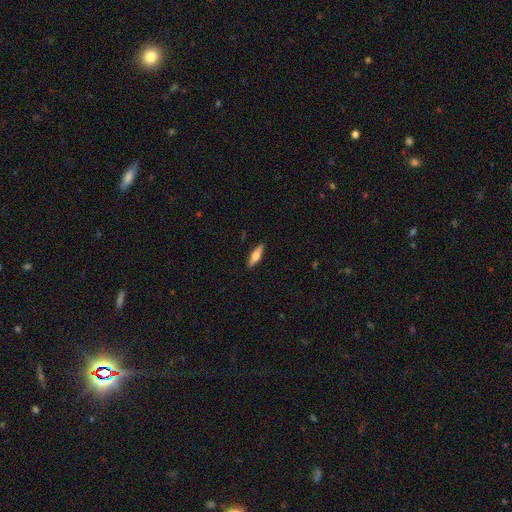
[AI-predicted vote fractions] Smooth or featured? Predicted: smooth (p=0.59). How rounded? Predicted: cigar-shaped (p=0.54). Merging? Predicted: none (p=0.90).